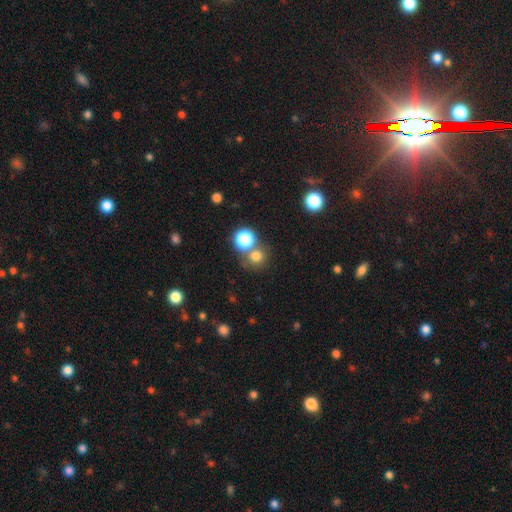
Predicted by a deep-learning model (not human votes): Morphology: type=smooth (72%); roundness=round (89%); merging=none (66%).